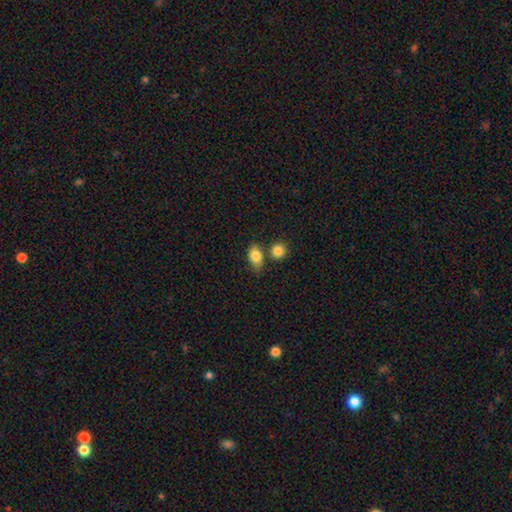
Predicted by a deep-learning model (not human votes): Smooth or featured: smooth — 82% (featured or disk — 10%)
How rounded: in between — 76% (round — 21%)
Merging: none — 57% (merger — 21%)